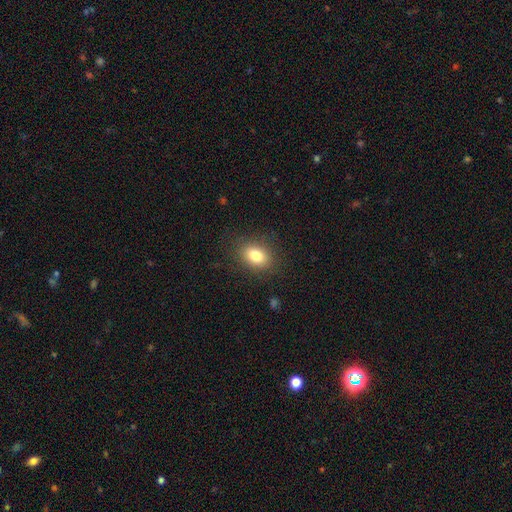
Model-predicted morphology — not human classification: Smooth or featured: smooth — 81% (star or artifact — 10%)
How rounded: in between — 74% (round — 25%)
Merging: none — 85% (minor disturbance — 10%)